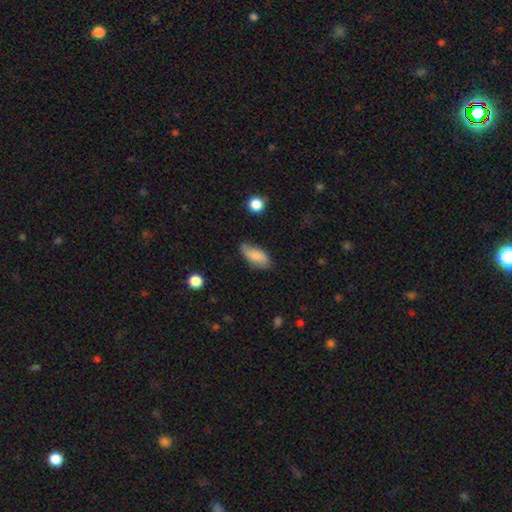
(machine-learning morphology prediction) smooth-or-featured: smooth: 75% | featured or disk: 17% | star or artifact: 7%
  how-rounded: in between: 88% | cigar-shaped: 9% | round: 3%
  merging: none: 70% | minor disturbance: 23% | major disturbance: 5% | merger: 2%